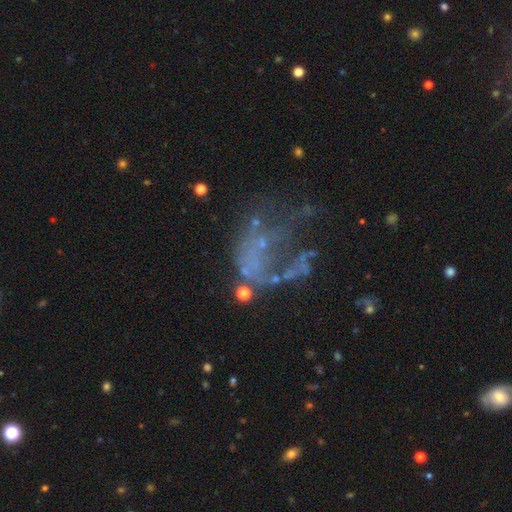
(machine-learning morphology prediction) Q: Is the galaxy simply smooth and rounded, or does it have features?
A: featured or disk — 56%.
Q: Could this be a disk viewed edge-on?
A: no — 98%.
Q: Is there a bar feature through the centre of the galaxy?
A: no — 93%.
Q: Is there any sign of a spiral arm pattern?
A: no — 88%.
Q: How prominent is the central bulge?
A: none — 82%.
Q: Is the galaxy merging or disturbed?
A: major disturbance — 46%.